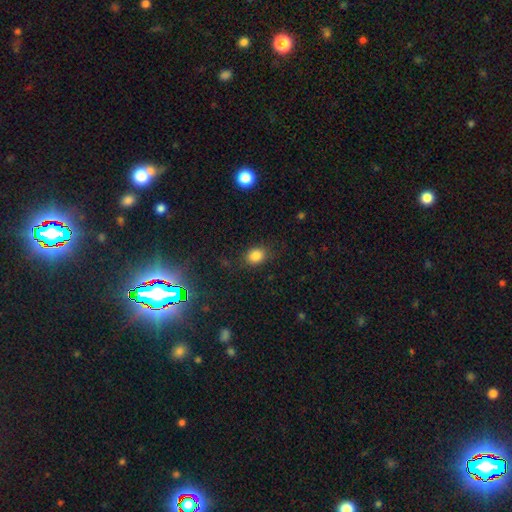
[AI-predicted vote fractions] A smooth galaxy with no disk features (82%) that is round (50%). Merging: none (81%).